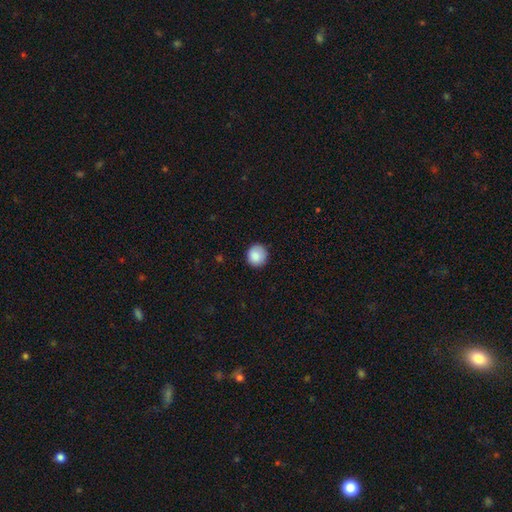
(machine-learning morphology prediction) smooth 88%, star or artifact 8%, featured or disk 4%. Down the decision tree: how rounded — round (89%); merging — none (87%).